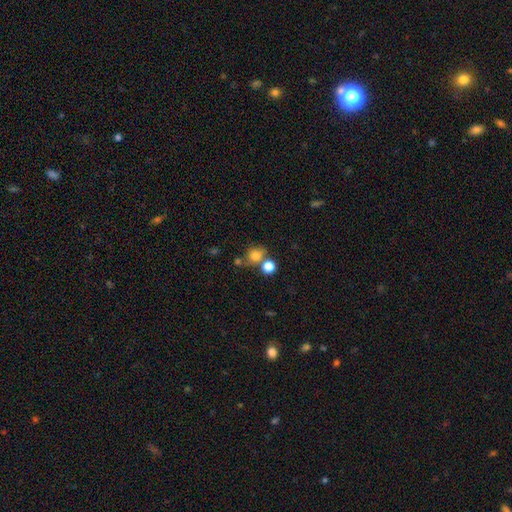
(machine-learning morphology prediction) The model was most divided on "merging": none: 54%, merger: 29%, minor disturbance: 11%, major disturbance: 6%. More confident: smooth or featured — smooth (78%); how rounded — round (77%).